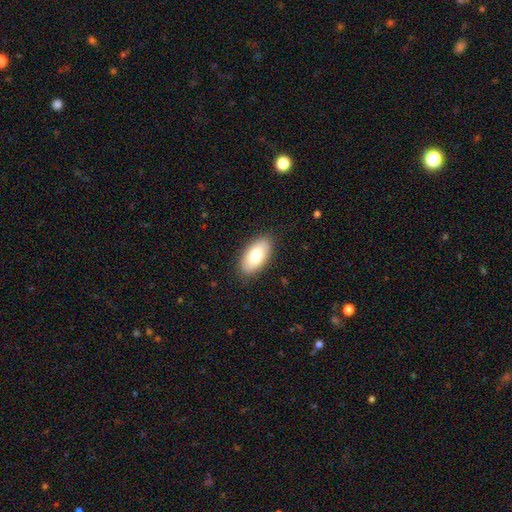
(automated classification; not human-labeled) This appears to be a smooth galaxy with no disk features (79%) that is in between round and cigar-shaped (94%). Merging: none (87%).